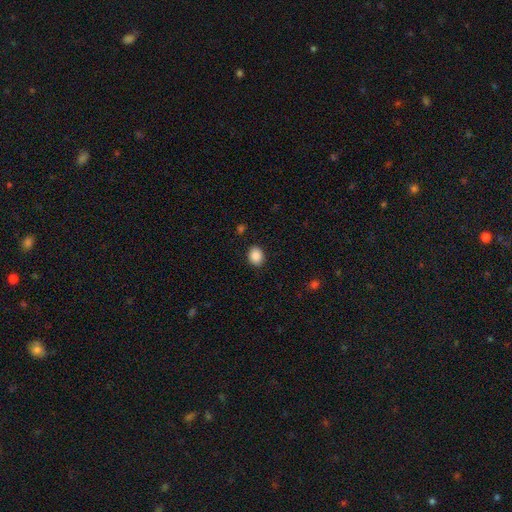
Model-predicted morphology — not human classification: type=smooth (88%); roundness=in between (52%); merging=none (89%).